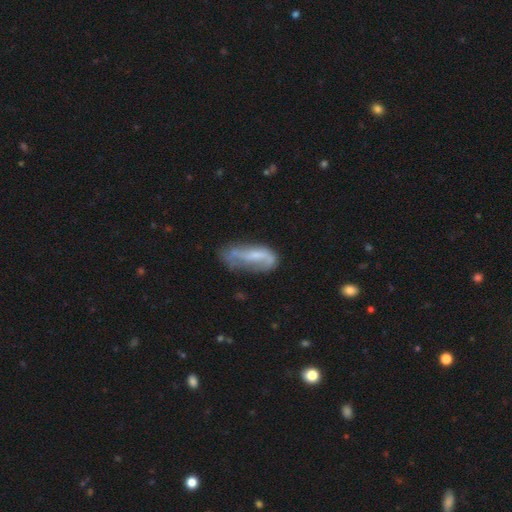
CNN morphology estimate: A featured or disk galaxy (54%). Merging: none (41%).